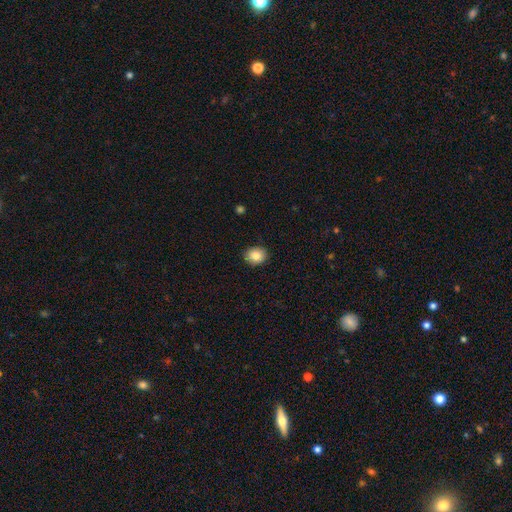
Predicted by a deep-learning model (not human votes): Smooth or featured? Predicted: smooth (p=0.85). How rounded? Predicted: round (p=0.61). Merging? Predicted: none (p=0.89).